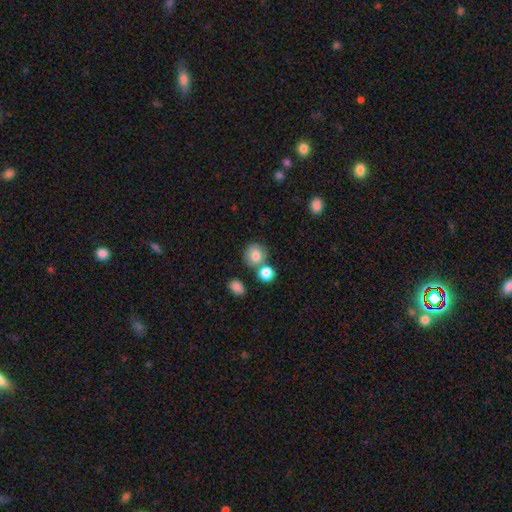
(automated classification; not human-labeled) Smooth or featured: smooth — 79% (featured or disk — 11%)
How rounded: round — 79% (in between — 20%)
Merging: none — 61% (merger — 24%)